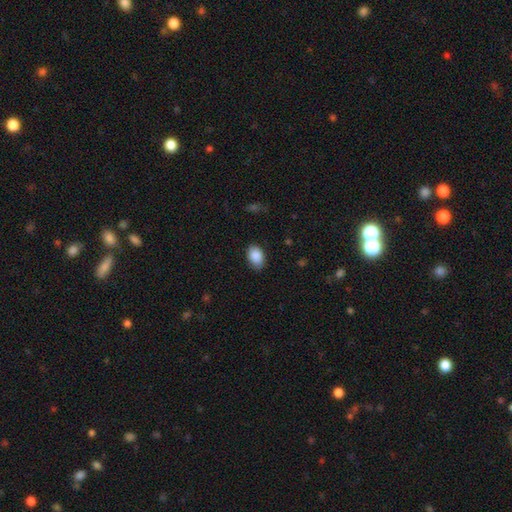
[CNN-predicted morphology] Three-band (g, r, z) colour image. It shows a smooth galaxy with no disk features (89%) that is in between round and cigar-shaped (87%). Merging: none (83%).